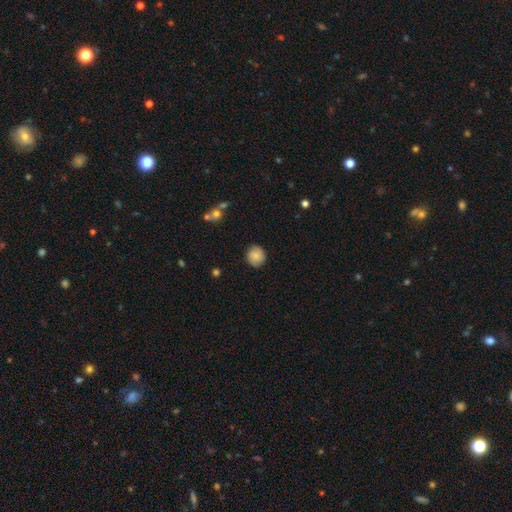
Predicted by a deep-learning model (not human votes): Smooth or featured: smooth — 74% (featured or disk — 18%)
How rounded: round — 83% (in between — 16%)
Merging: none — 82% (minor disturbance — 14%)